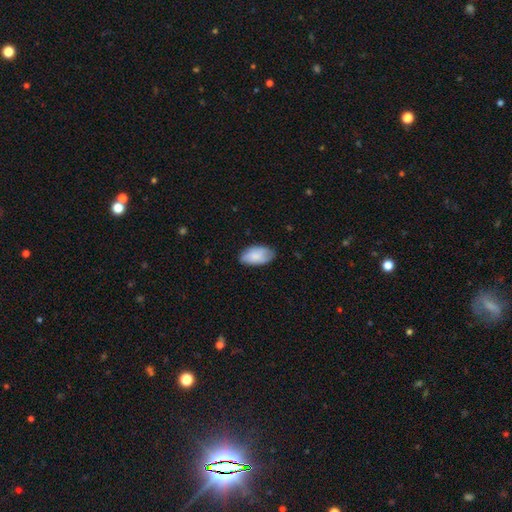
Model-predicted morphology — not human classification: smooth 81%, featured or disk 13%, star or artifact 6%. Down the decision tree: how rounded — in between (95%); merging — none (73%).